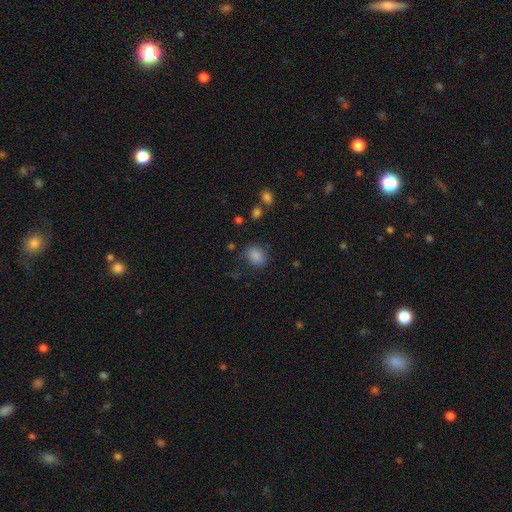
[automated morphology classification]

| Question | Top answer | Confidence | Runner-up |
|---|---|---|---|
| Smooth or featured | smooth | 85% | star or artifact (10%) |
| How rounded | in between | 58% | round (41%) |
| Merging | none | 74% | minor disturbance (17%) |